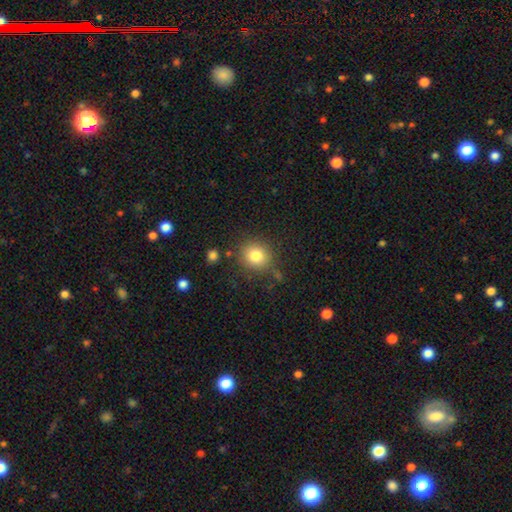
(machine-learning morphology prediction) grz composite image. It shows a smooth galaxy with no disk features (81%) that is round (85%). Merging: none (81%).